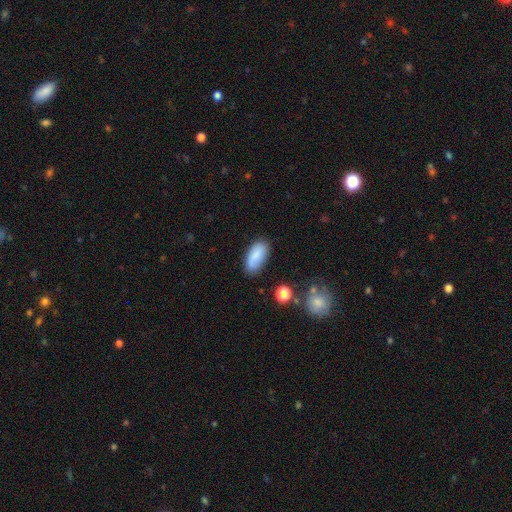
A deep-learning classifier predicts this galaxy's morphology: type=smooth (84%); roundness=in between (90%); merging=none (80%).